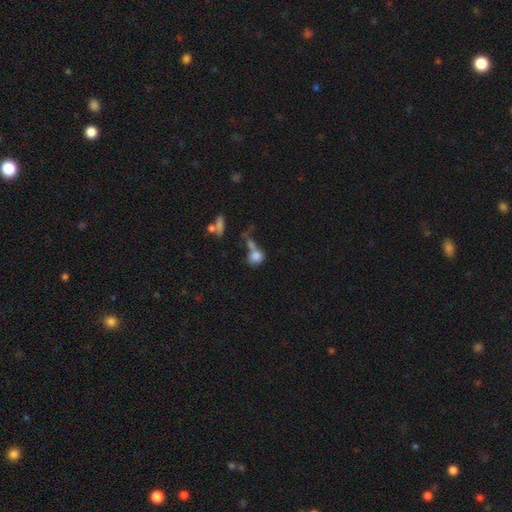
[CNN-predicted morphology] Q: Smooth or featured?
A: smooth (79%); runner-up: star or artifact (11%)
Q: How rounded?
A: round (67%); runner-up: in between (31%)
Q: Merging?
A: merger (42%); runner-up: none (35%)